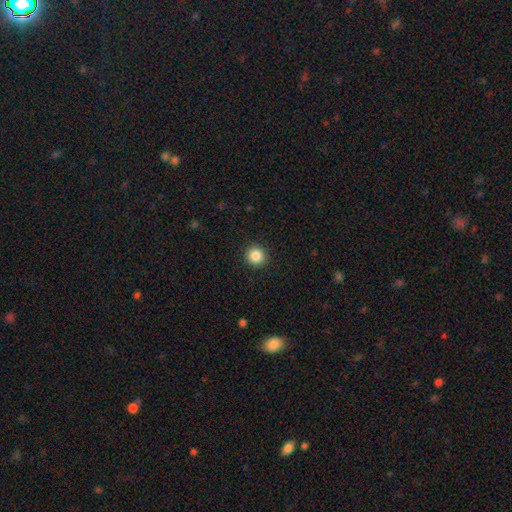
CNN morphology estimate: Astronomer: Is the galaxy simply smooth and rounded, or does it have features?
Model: smooth — 86%.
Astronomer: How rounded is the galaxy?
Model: round — 95%.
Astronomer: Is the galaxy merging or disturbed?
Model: none — 93%.